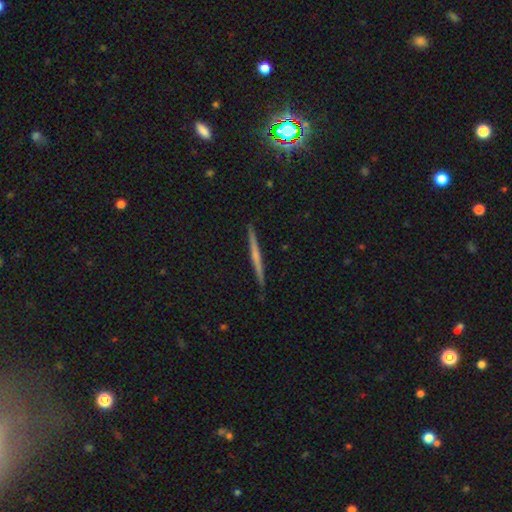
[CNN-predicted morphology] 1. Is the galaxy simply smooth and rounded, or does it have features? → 59% featured or disk, 34% smooth, 7% star or artifact.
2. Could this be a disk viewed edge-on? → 98% yes, 2% no.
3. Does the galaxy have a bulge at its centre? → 68% none, 25% rounded, 7% boxy.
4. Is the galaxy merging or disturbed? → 91% none, 6% minor disturbance, 1% major disturbance, 1% merger.